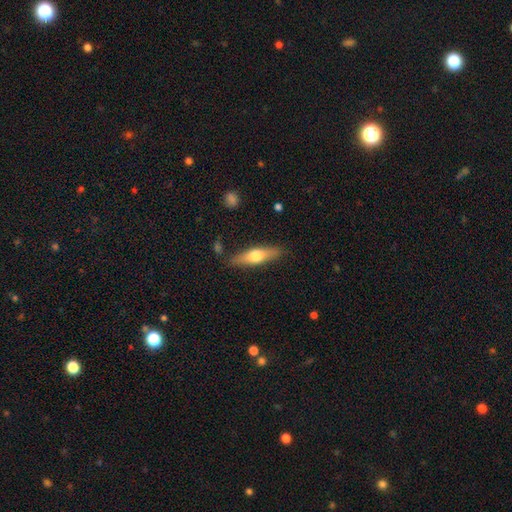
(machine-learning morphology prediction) A smooth galaxy with no disk features (54%) that is cigar-shaped (66%).

Vote fractions:
- Smooth or featured? smooth: 54% / featured or disk: 40% / star or artifact: 5%
- How rounded? cigar-shaped: 66% / in between: 31% / round: 2%
- Merging? none: 84% / minor disturbance: 12% / major disturbance: 3% / merger: 2%